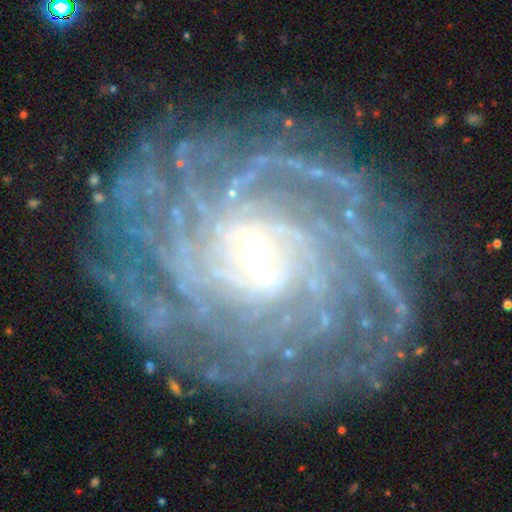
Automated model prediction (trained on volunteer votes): smooth-or-featured: featured or disk: 88% | star or artifact: 7% | smooth: 5%
  disk-edge-on: no: 97% | yes: 3%
    bar: weak: 50% | strong: 25% | no: 25%
    has-spiral-arms: yes: 96% | no: 4%
      spiral-winding: tight: 78% | medium: 17% | loose: 4%
      spiral-arm-count: can't tell: 34% | more than 4: 23% | 4: 14% | 3: 10% | 2: 10% | 1: 8%
    bulge-size: small: 48% | moderate: 46% | large: 5% | none: 1% | dominant: 1%
  merging: none: 79% | minor disturbance: 14% | major disturbance: 6% | merger: 1%